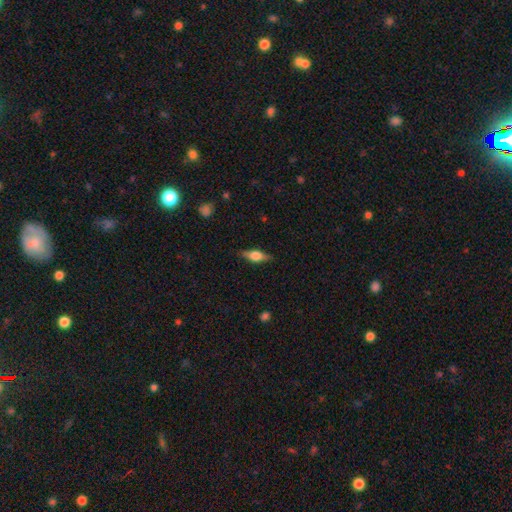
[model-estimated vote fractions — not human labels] A smooth galaxy with no disk features (47%).

Vote fractions:
- Smooth or featured? smooth: 47% / featured or disk: 46% / star or artifact: 7%
- Merging? none: 84% / minor disturbance: 12% / major disturbance: 3% / merger: 1%